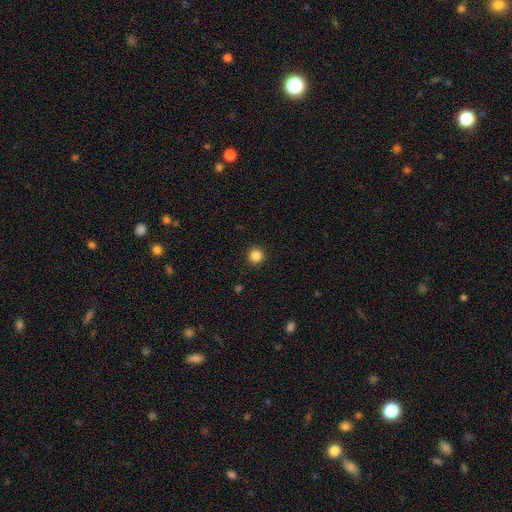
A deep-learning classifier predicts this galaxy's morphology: Smooth or featured?
  - smooth: 85% *
  - star or artifact: 11%
  - featured or disk: 3%
How rounded?
  - round: 95% *
  - in between: 4%
  - cigar-shaped: 1%
Merging?
  - none: 92% *
  - minor disturbance: 5%
  - major disturbance: 2%
  - merger: 1%